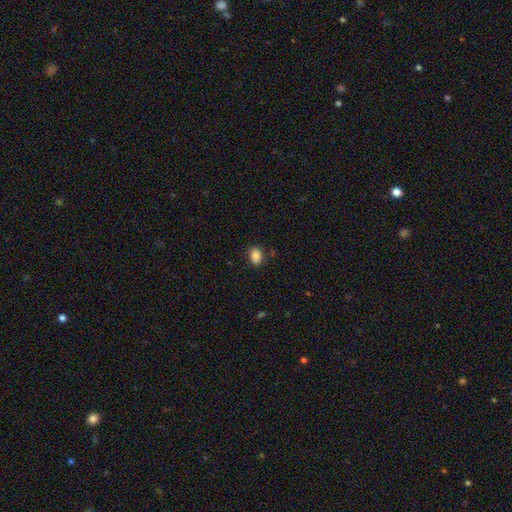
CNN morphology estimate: smooth 85%, star or artifact 9%, featured or disk 6%. Down the decision tree: how rounded — in between (70%); merging — none (82%).